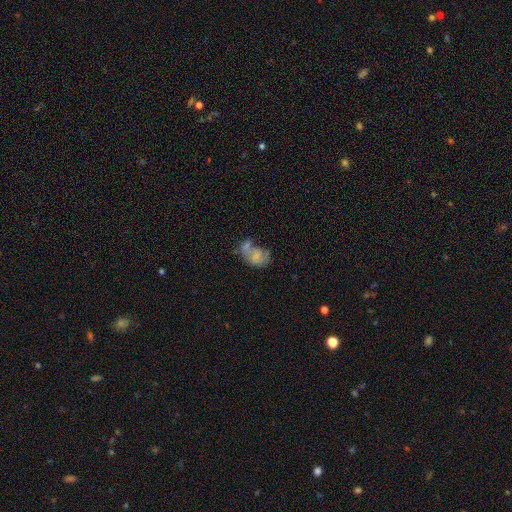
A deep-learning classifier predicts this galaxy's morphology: Overall: smooth (55%; featured or disk 34%). How rounded: in between (75%). Merging: merger (47%; none 21%).